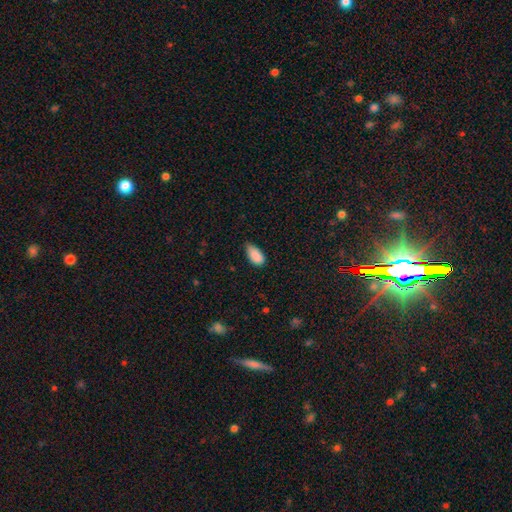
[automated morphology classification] Overall: smooth (88%). How rounded: in between (93%). Merging: none (52%; minor disturbance 41%).